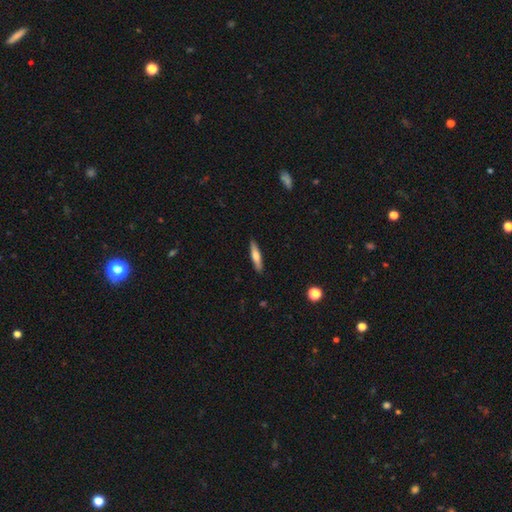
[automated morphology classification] Smooth or featured?
  - smooth: 64% *
  - featured or disk: 30%
  - star or artifact: 6%
How rounded?
  - cigar-shaped: 83% *
  - in between: 15%
  - round: 2%
Merging?
  - none: 89% *
  - minor disturbance: 8%
  - major disturbance: 2%
  - merger: 1%